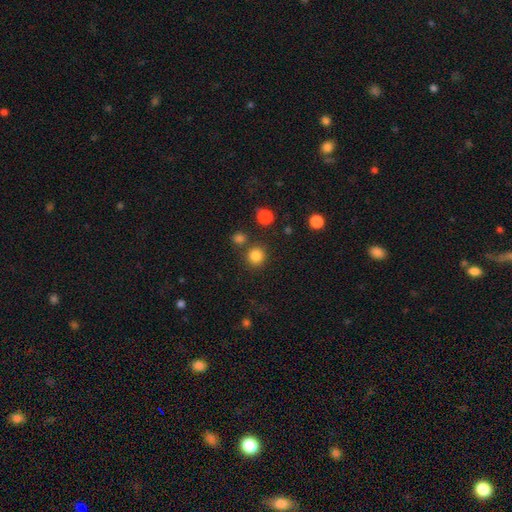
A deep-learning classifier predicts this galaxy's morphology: The model was most divided on "smooth or featured": smooth: 83%, star or artifact: 12%, featured or disk: 4%. More confident: how rounded — round (92%); merging — none (83%).